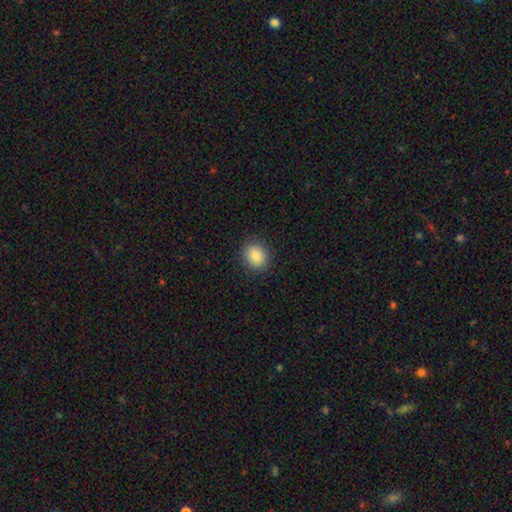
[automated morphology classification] A smooth galaxy with no disk features (85%) that is round (66%).

Vote fractions:
- Smooth or featured? smooth: 85% / star or artifact: 9% / featured or disk: 6%
- How rounded? round: 66% / in between: 33% / cigar-shaped: 1%
- Merging? none: 89% / minor disturbance: 8% / major disturbance: 2% / merger: 1%